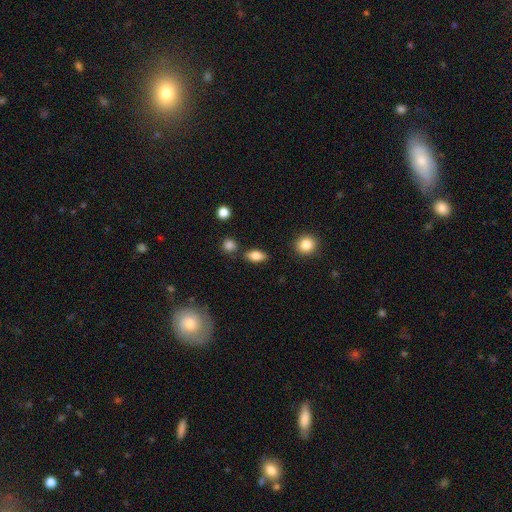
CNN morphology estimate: The model was most divided on "smooth or featured": smooth: 80%, featured or disk: 12%, star or artifact: 8%. More confident: how rounded — in between (86%); merging — none (81%).